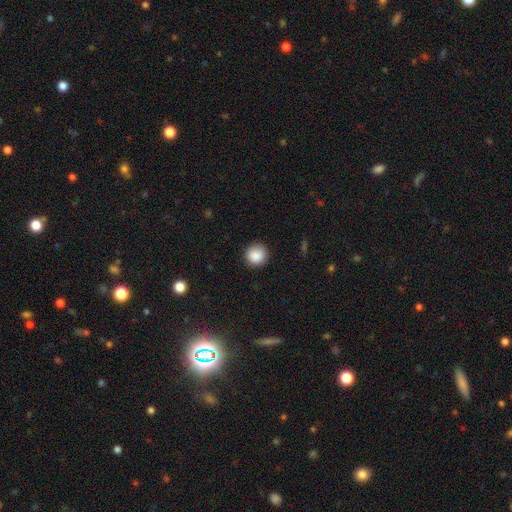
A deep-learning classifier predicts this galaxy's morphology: Smooth or featured? Predicted: smooth (p=0.89). How rounded? Predicted: round (p=0.94). Merging? Predicted: none (p=0.90).